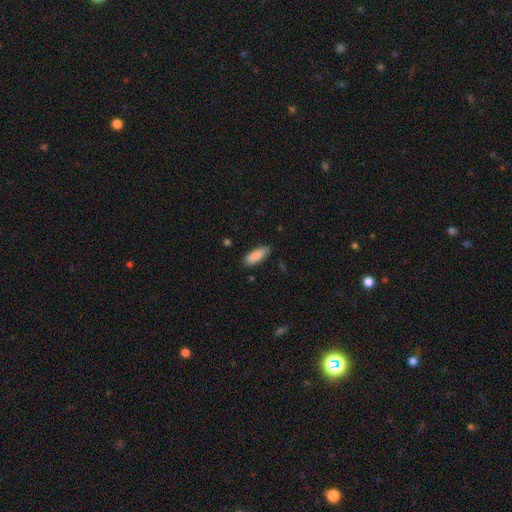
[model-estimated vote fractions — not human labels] smooth-or-featured: smooth: 89% | star or artifact: 6% | featured or disk: 5%
  how-rounded: in between: 71% | cigar-shaped: 28% | round: 2%
  merging: none: 81% | minor disturbance: 15% | major disturbance: 2% | merger: 1%